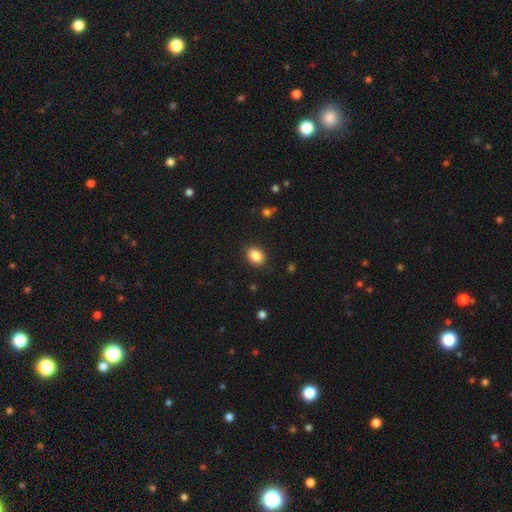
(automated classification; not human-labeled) A smooth galaxy with no disk features (87%) that is in between round and cigar-shaped (69%). Merging: none (87%).